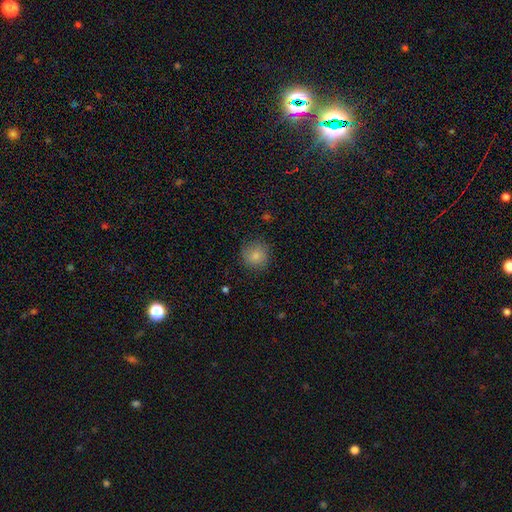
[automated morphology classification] smooth_or_featured: smooth (p=0.82) [alt: star or artifact p=0.10]
how_rounded: round (p=0.91) [alt: in between p=0.08]
merging: none (p=0.82) [alt: minor disturbance p=0.14]